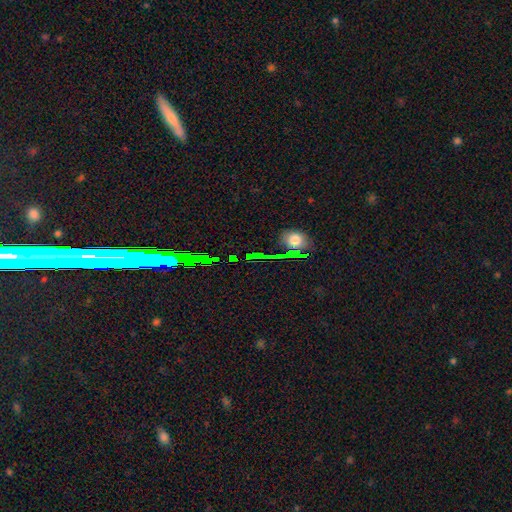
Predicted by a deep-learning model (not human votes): Smooth or featured? Predicted: star or artifact (p=0.45).